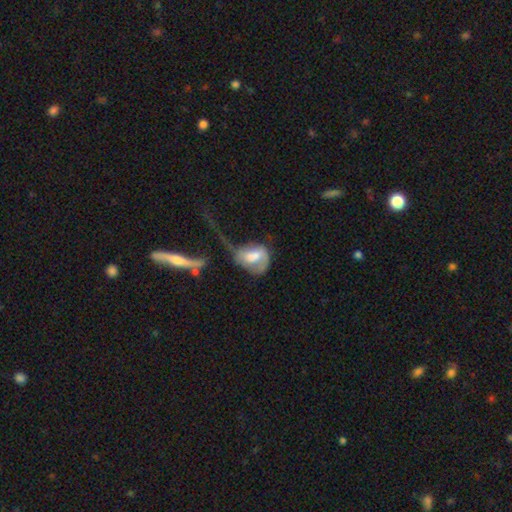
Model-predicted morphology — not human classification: Overall: smooth (50%; featured or disk 42%). Merging: major disturbance (44%; none 21%).